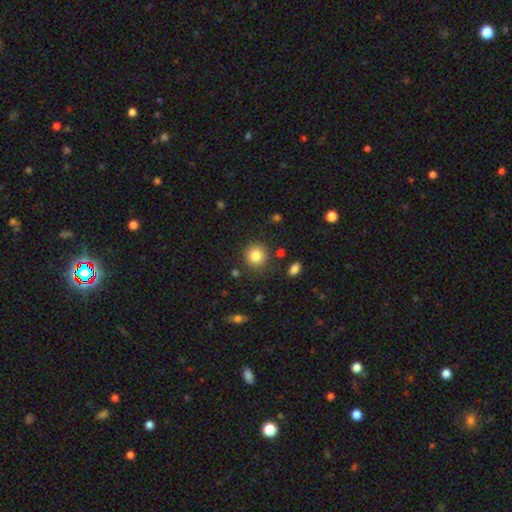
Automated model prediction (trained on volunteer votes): This is clearly a smooth galaxy (83%). How rounded: clearly round (90%). Merging: clearly none (85%).